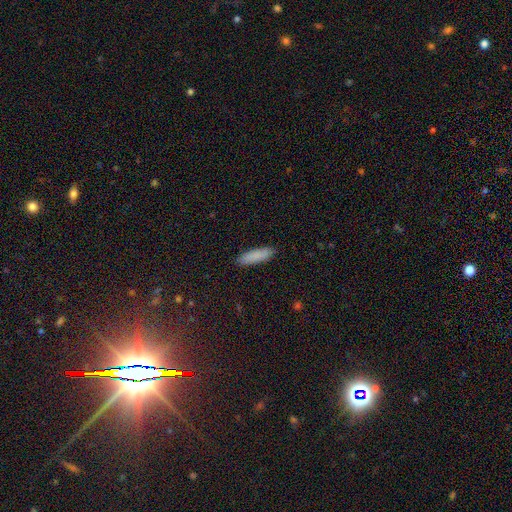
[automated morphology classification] smooth 86%, featured or disk 8%, star or artifact 7%. Down the decision tree: how rounded — cigar-shaped (59%); merging — none (89%).